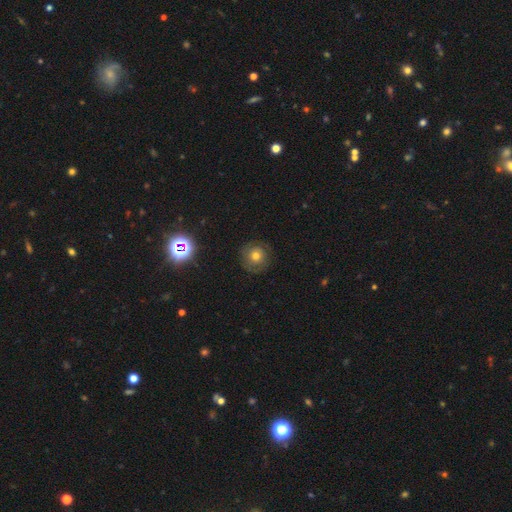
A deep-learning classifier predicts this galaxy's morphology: This appears to be a smooth galaxy with no disk features (53%) that is round (94%). Merging: none (82%).